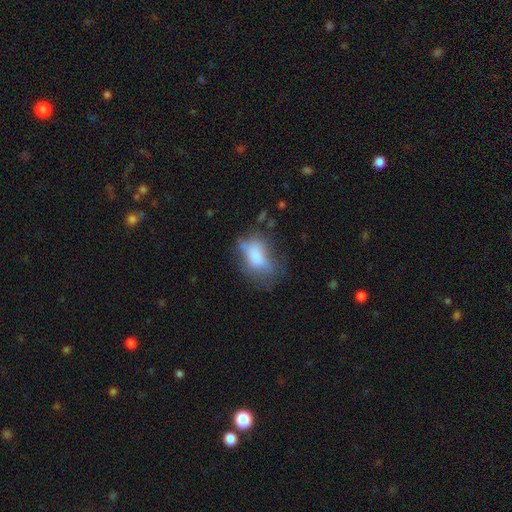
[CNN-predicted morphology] The model was most divided on "merging": none: 34%, major disturbance: 30%, minor disturbance: 28%, merger: 8%. More confident: how rounded — in between (85%); smooth or featured — smooth (68%).